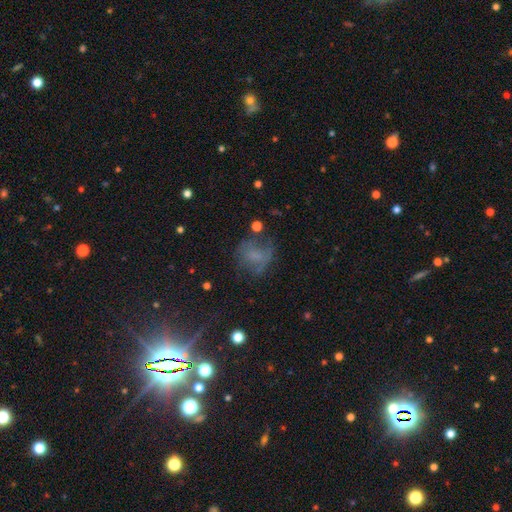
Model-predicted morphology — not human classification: smooth 44%, featured or disk 32%, star or artifact 23%. Down the decision tree: merging — none (48%).